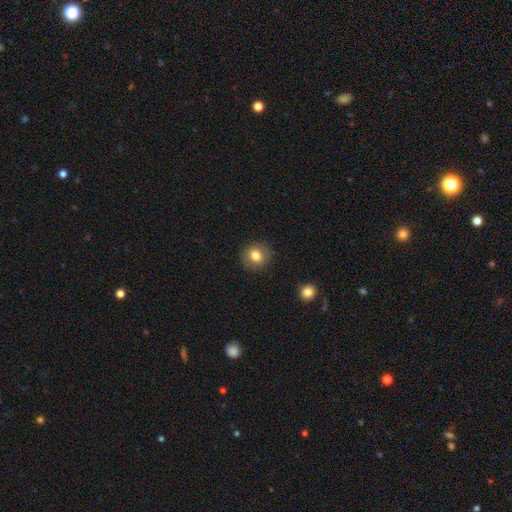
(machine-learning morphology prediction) smooth 80%, featured or disk 10%, star or artifact 10%. Down the decision tree: how rounded — round (80%); merging — none (88%).